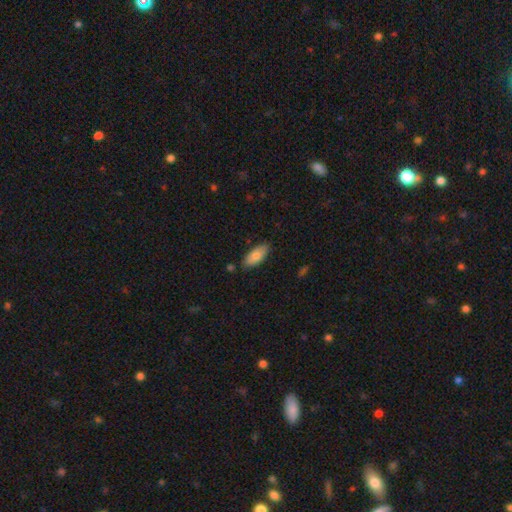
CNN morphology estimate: Smooth or featured: smooth — 81% (featured or disk — 13%)
How rounded: in between — 89% (cigar-shaped — 9%)
Merging: none — 83% (minor disturbance — 13%)